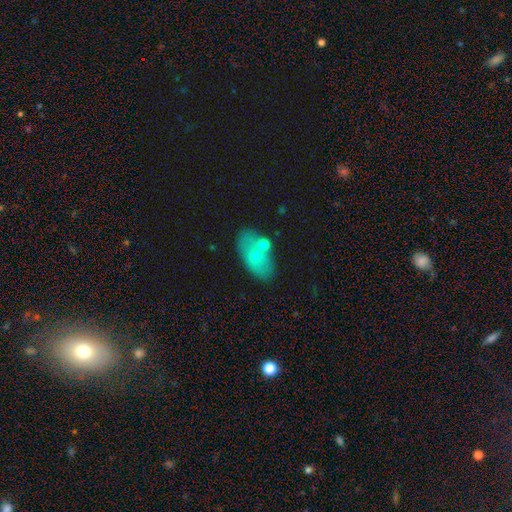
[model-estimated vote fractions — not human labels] This is likely a smooth galaxy (65%). How rounded: clearly in between (91%). Merging: possibly none (60%).